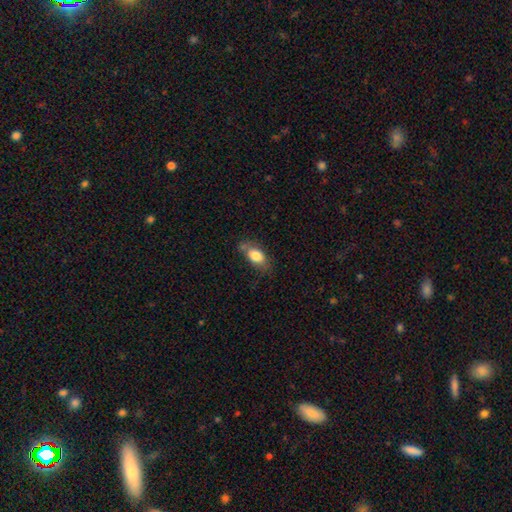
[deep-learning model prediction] A smooth galaxy with no disk features (79%) that is in between round and cigar-shaped (86%).

Vote fractions:
- Smooth or featured? smooth: 79% / featured or disk: 13% / star or artifact: 7%
- How rounded? in between: 86% / round: 9% / cigar-shaped: 5%
- Merging? none: 59% / minor disturbance: 27% / major disturbance: 8% / merger: 7%